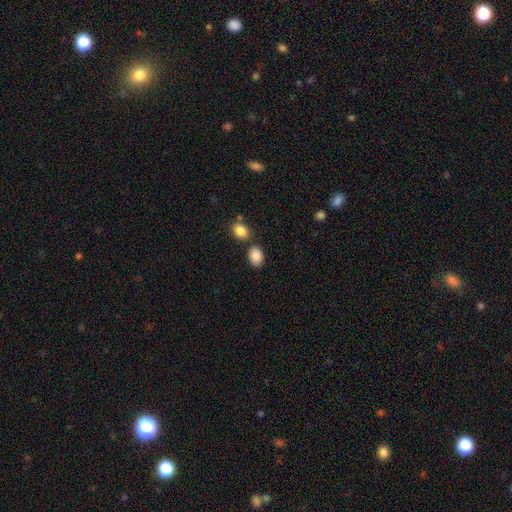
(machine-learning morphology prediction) This appears to be a smooth galaxy with no disk features (88%) that is in between round and cigar-shaped (75%). Merging: none (74%).